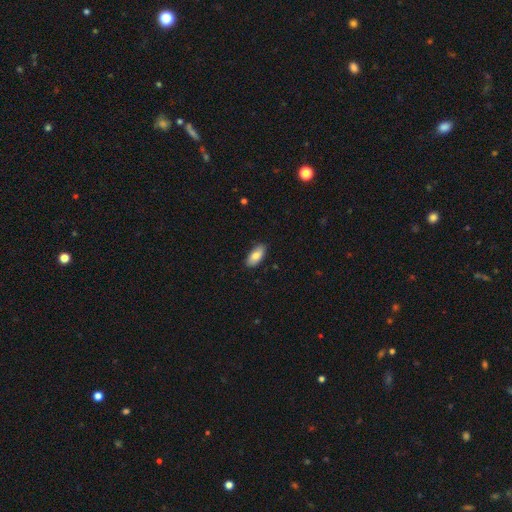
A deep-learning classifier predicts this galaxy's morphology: This appears to be a smooth galaxy with no disk features (82%) that is in between round and cigar-shaped (91%). Merging: none (85%).